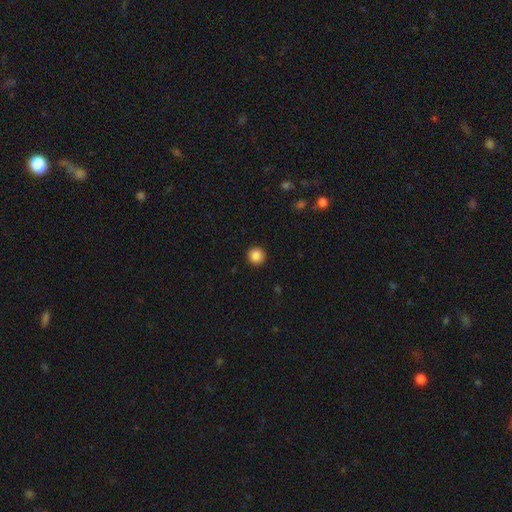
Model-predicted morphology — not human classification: A smooth galaxy with no disk features (86%) that is round (96%). Merging: none (93%).